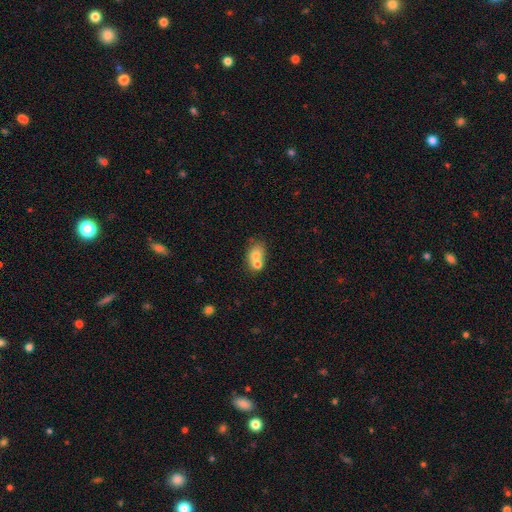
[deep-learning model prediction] Q: Smooth or featured?
A: smooth (71%); runner-up: featured or disk (19%)
Q: How rounded?
A: in between (61%); runner-up: round (37%)
Q: Merging?
A: merger (53%); runner-up: none (33%)